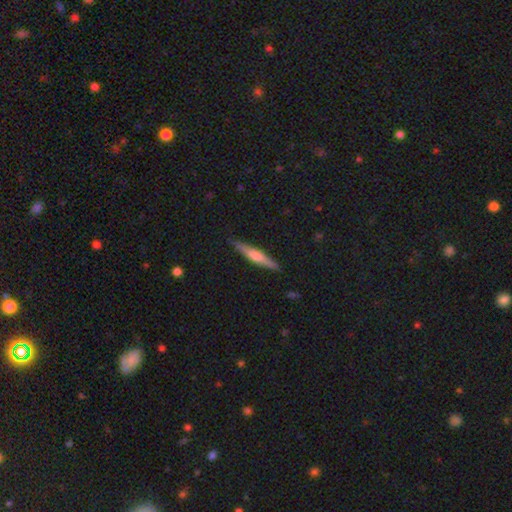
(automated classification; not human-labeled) Overall: featured or disk (56%; smooth 38%). Edge-on disk: yes (96%). Edge-on bulge: rounded (72%). Merging: none (89%).